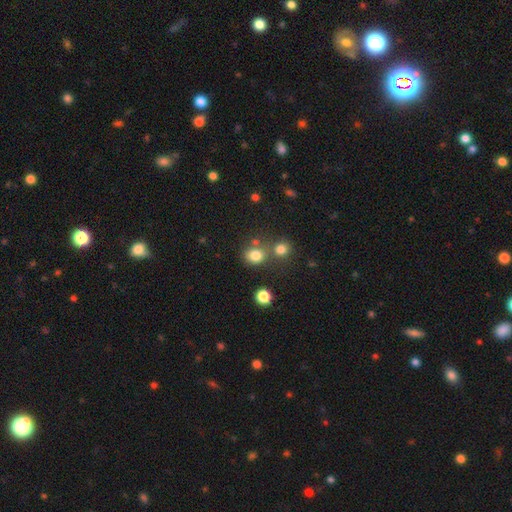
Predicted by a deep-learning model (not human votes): Smooth or featured: smooth — 80% (star or artifact — 14%)
How rounded: round — 71% (in between — 28%)
Merging: none — 60% (merger — 25%)